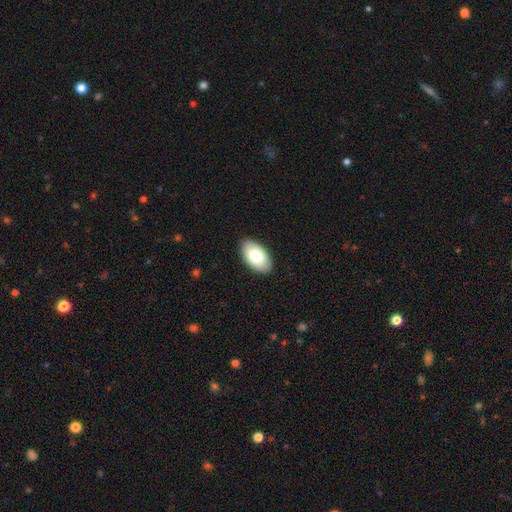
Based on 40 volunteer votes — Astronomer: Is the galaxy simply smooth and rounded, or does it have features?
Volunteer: smooth — 65%.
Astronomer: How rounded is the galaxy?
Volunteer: in between — 96%.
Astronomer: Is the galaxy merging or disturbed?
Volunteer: none — 84%.